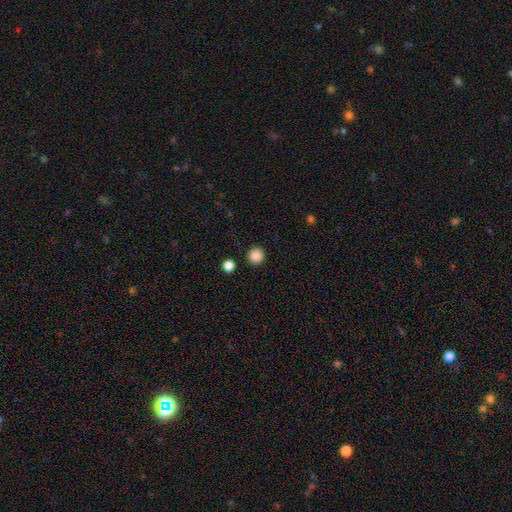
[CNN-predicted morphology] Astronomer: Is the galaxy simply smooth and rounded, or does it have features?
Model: smooth — 87%.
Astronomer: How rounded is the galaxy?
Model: round — 95%.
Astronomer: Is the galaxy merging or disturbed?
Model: none — 91%.